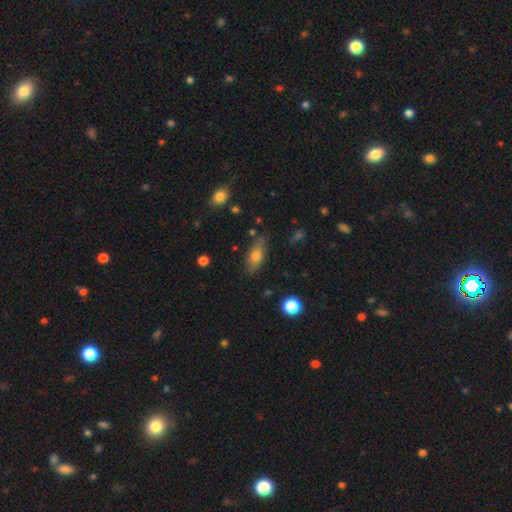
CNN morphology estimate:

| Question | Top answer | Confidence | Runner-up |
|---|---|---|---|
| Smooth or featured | smooth | 67% | featured or disk (24%) |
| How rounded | in between | 77% | cigar-shaped (18%) |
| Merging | none | 79% | minor disturbance (15%) |